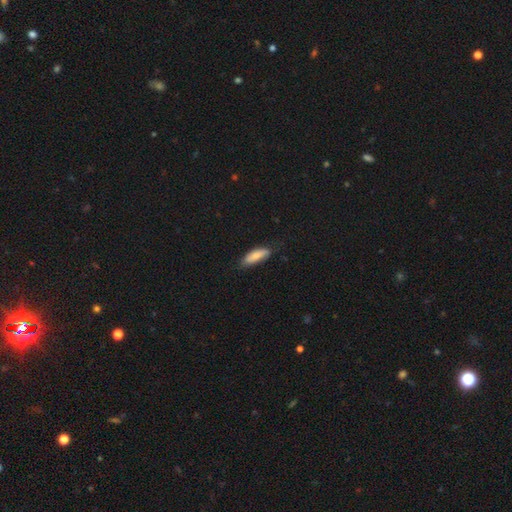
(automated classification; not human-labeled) A smooth galaxy with no disk features (80%) that is in between round and cigar-shaped (60%). Merging: none (65%).